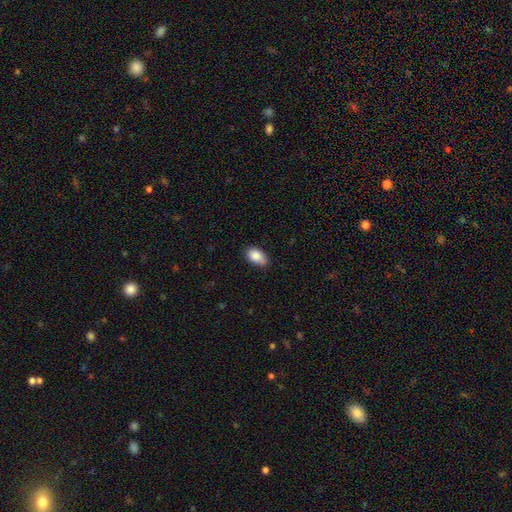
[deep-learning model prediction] Q: Smooth or featured?
A: smooth (86%); runner-up: star or artifact (8%)
Q: How rounded?
A: in between (90%); runner-up: round (8%)
Q: Merging?
A: none (68%); runner-up: minor disturbance (27%)